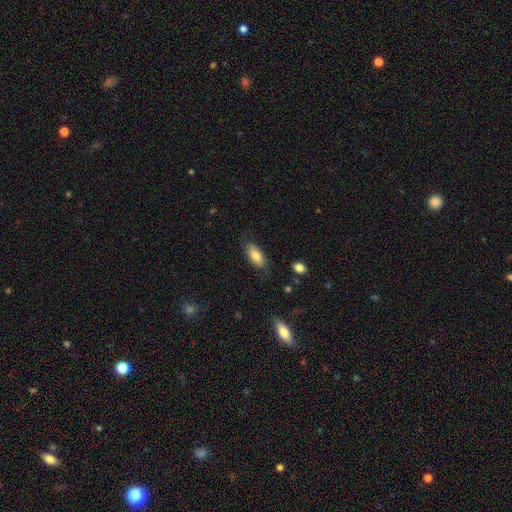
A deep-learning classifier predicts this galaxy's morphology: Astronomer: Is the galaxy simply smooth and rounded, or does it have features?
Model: smooth — 78%.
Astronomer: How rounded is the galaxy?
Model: in between — 87%.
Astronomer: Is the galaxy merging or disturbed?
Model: none — 75%.